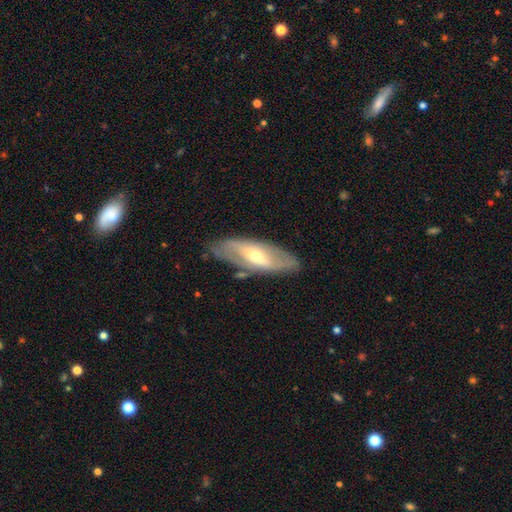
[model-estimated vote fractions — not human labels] This appears to be a featured or disk galaxy (69%) with a strong bar (43%), spiral arms (66%) and a moderate central bulge (48%). Merging: none (75%).